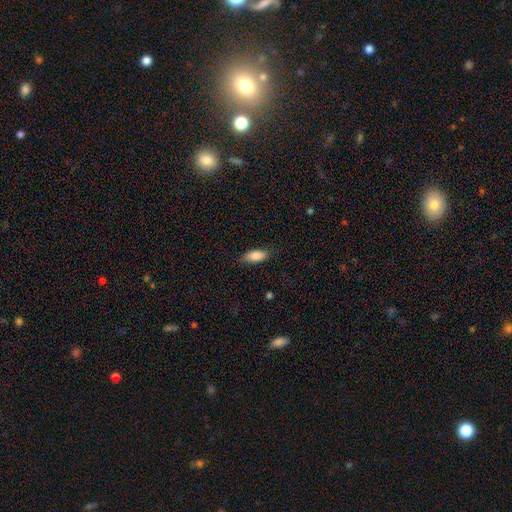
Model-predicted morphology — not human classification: smooth_or_featured: smooth (p=0.86) [alt: featured or disk p=0.08]
how_rounded: in between (p=0.82) [alt: cigar-shaped p=0.16]
merging: none (p=0.83) [alt: minor disturbance p=0.13]